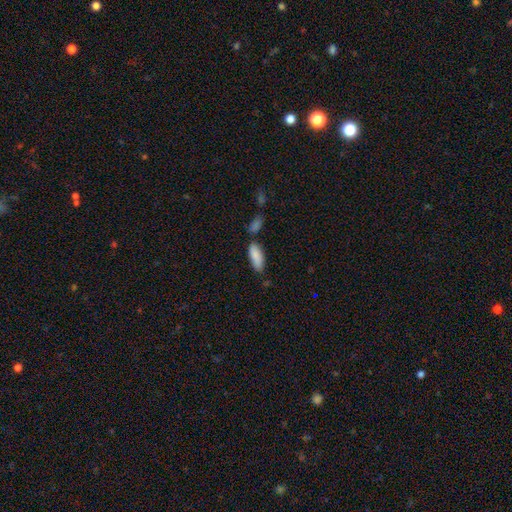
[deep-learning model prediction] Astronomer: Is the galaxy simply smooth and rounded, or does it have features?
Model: smooth — 87%.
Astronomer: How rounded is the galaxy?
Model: in between — 73%.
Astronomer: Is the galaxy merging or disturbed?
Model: none — 71%.